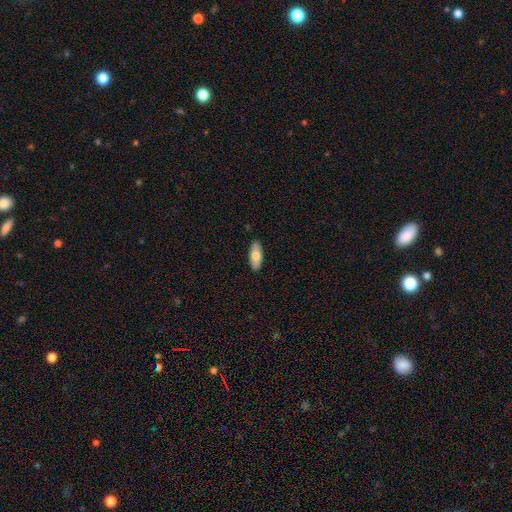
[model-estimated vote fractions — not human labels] A smooth galaxy with no disk features (72%) that is in between round and cigar-shaped (79%). Merging: none (89%).